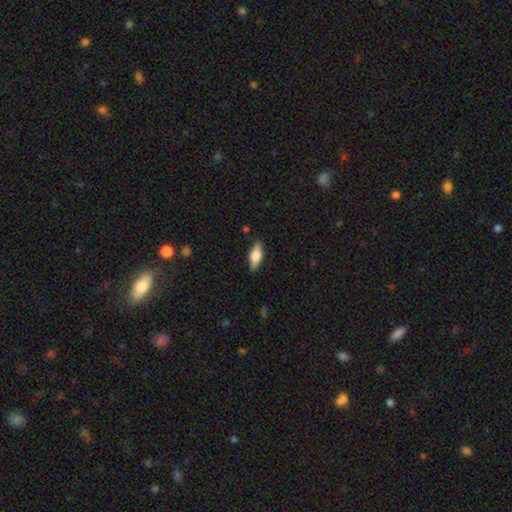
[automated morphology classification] This is likely a smooth galaxy (64%). How rounded: likely in between (68%). Merging: clearly none (86%).